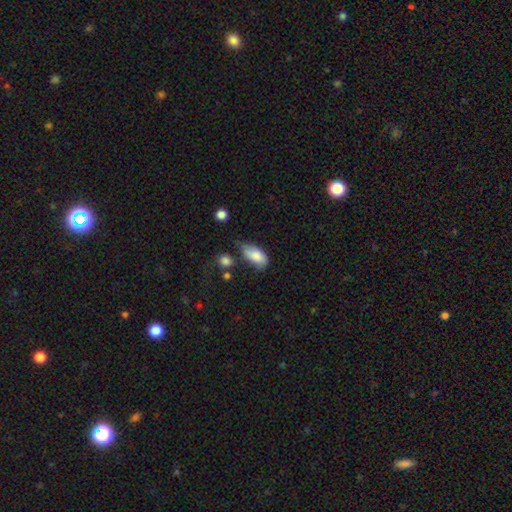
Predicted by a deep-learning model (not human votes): A smooth galaxy with no disk features (82%) that is in between round and cigar-shaped (92%).

Vote fractions:
- Smooth or featured? smooth: 82% / featured or disk: 11% / star or artifact: 7%
- How rounded? in between: 92% / cigar-shaped: 4% / round: 4%
- Merging? minor disturbance: 41% / none: 37% / major disturbance: 15% / merger: 7%